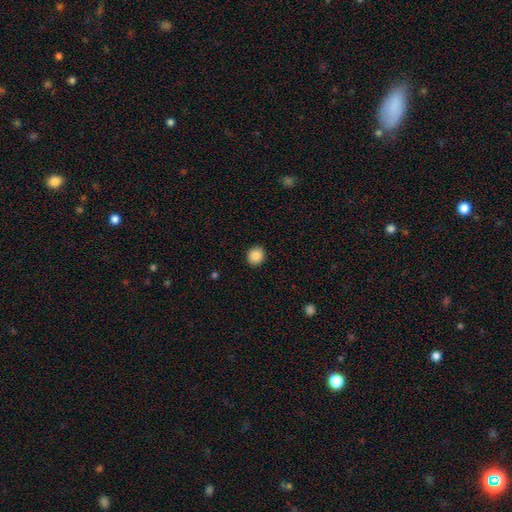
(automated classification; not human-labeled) Smooth or featured? smooth (87%)
How rounded? round (84%)
Merging? none (92%)